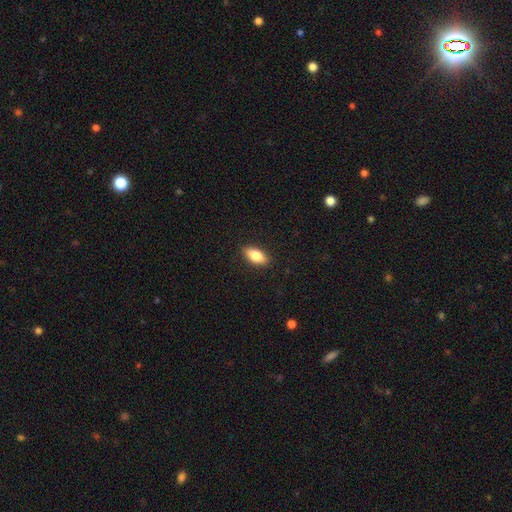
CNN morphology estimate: Smooth or featured? Predicted: smooth (p=0.82). How rounded? Predicted: in between (p=0.86). Merging? Predicted: none (p=0.89).